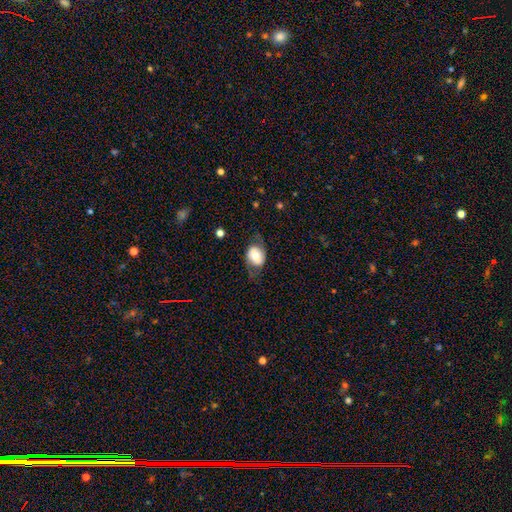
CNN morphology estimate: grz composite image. It shows a smooth galaxy with no disk features (58%) that is in between round and cigar-shaped (58%). Merging: none (61%).